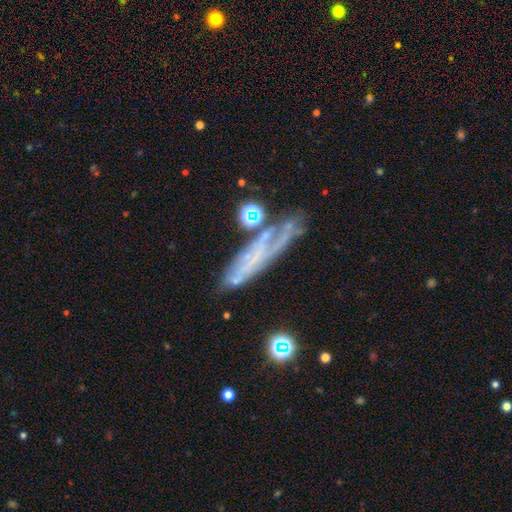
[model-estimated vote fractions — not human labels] This appears to be a featured or disk galaxy (56%) viewed edge-on (52%). Merging: none (46%).